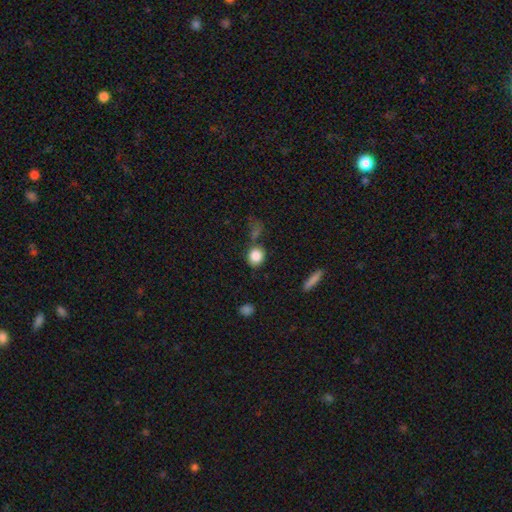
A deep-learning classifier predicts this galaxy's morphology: type=smooth (85%); roundness=round (77%); merging=none (67%).